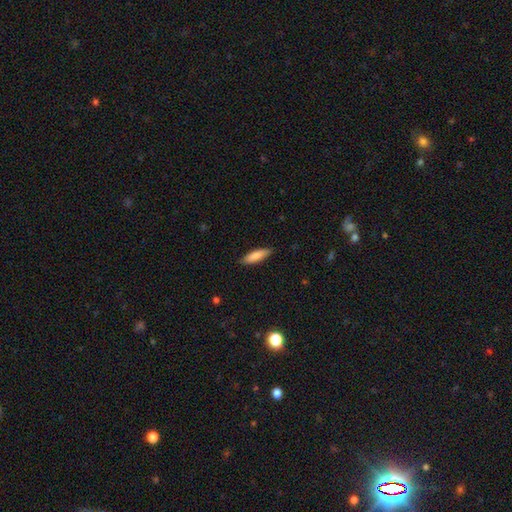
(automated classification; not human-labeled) The model was most divided on "how rounded": cigar-shaped: 60%, in between: 38%, round: 2%. More confident: merging — none (86%); smooth or featured — smooth (81%).